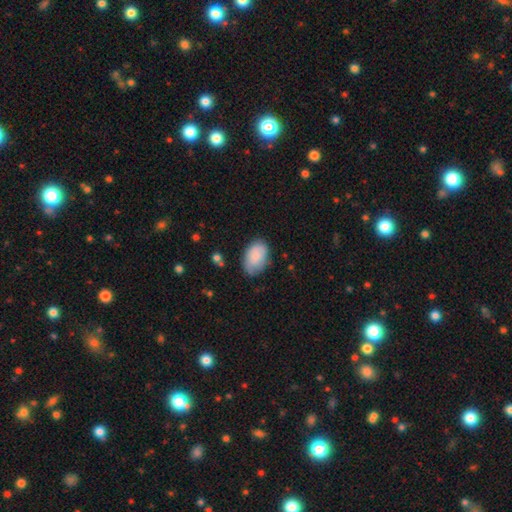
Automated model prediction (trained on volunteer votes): Smooth or featured?
  - smooth: 86% *
  - featured or disk: 8%
  - star or artifact: 6%
How rounded?
  - in between: 90% *
  - round: 9%
  - cigar-shaped: 1%
Merging?
  - none: 72% *
  - minor disturbance: 21%
  - major disturbance: 5%
  - merger: 2%